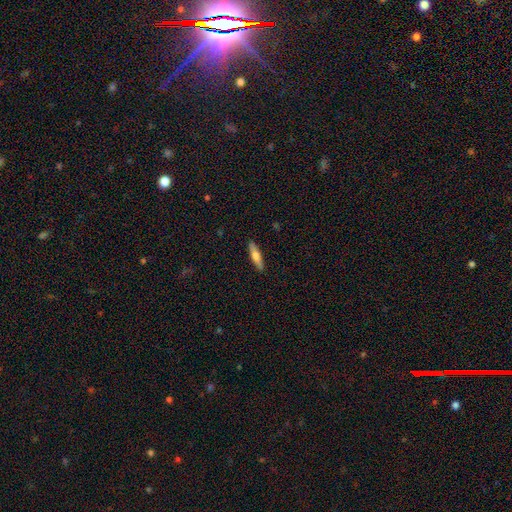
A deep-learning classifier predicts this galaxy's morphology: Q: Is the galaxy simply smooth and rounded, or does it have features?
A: smooth — 58%.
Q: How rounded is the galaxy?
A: cigar-shaped — 75%.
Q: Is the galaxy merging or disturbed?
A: none — 90%.